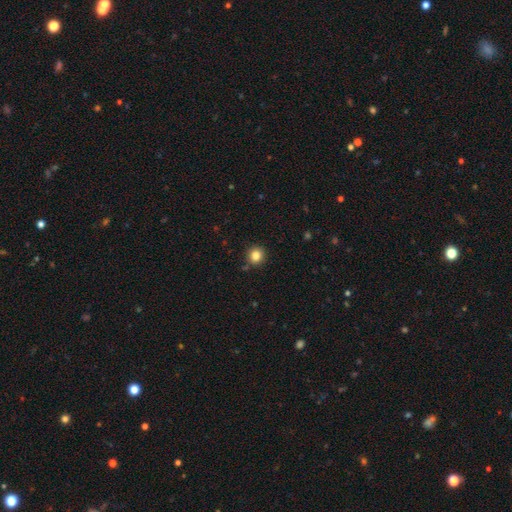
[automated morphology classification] smooth 83%, star or artifact 12%, featured or disk 5%. Down the decision tree: how rounded — round (91%); merging — none (88%).